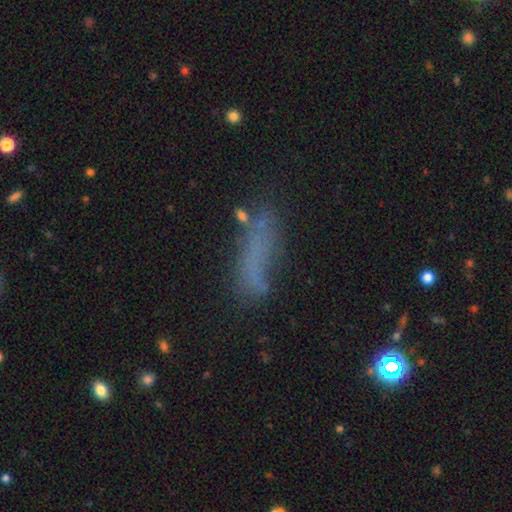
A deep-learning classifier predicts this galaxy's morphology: Smooth or featured? Predicted: smooth (p=0.59). How rounded? Predicted: cigar-shaped (p=0.56). Merging? Predicted: none (p=0.50).